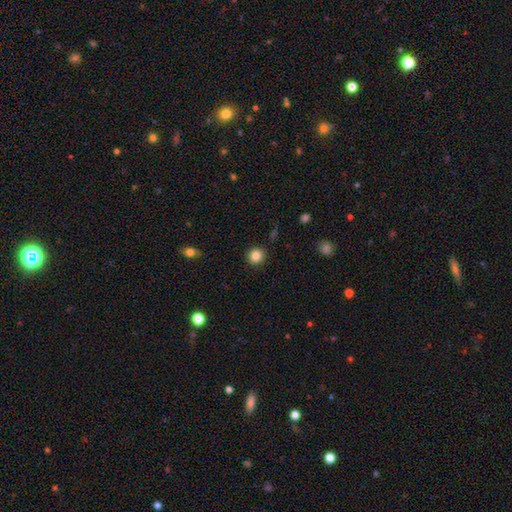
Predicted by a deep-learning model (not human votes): Smooth or featured: smooth — 84% (star or artifact — 11%)
How rounded: round — 89% (in between — 11%)
Merging: none — 90% (minor disturbance — 7%)